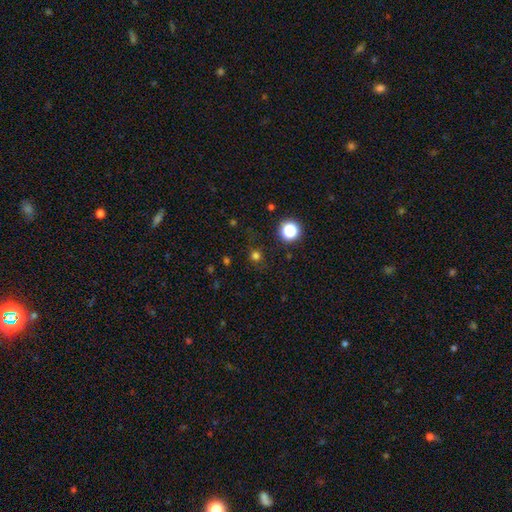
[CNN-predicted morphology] A smooth galaxy with no disk features (67%) that is round (91%).

Vote fractions:
- Smooth or featured? smooth: 67% / star or artifact: 27% / featured or disk: 6%
- How rounded? round: 91% / in between: 8% / cigar-shaped: 1%
- Merging? none: 80% / minor disturbance: 12% / major disturbance: 5% / merger: 3%